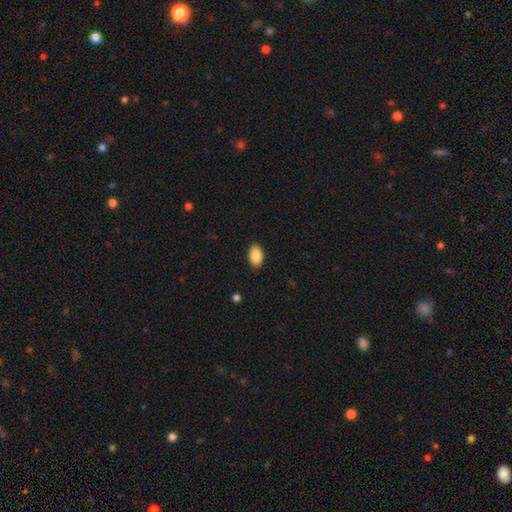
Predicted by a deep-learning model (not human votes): Overall: smooth (89%). How rounded: in between (93%). Merging: none (89%).